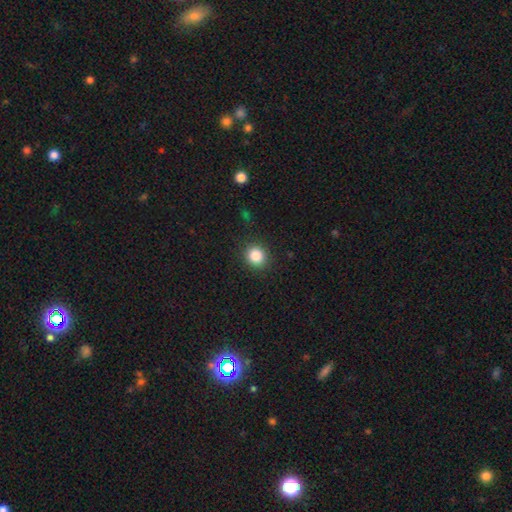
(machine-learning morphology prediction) This appears to be a smooth galaxy with no disk features (84%) that is round (83%). Merging: none (90%).